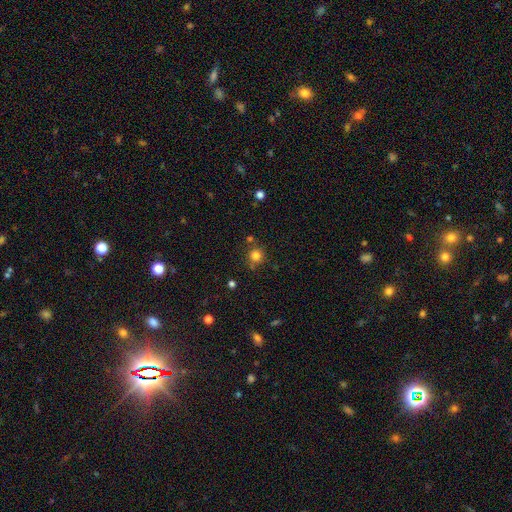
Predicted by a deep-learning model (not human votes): The model was most divided on "merging": none: 75%, minor disturbance: 13%, merger: 8%, major disturbance: 4%. More confident: how rounded — round (91%); smooth or featured — smooth (80%).